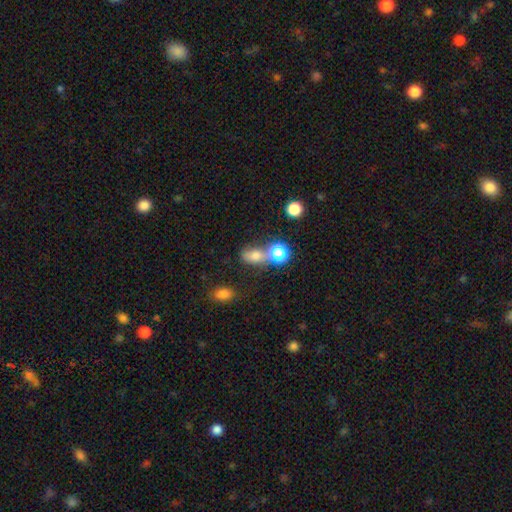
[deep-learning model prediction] smooth_or_featured: smooth (p=0.66) [alt: star or artifact p=0.22]
how_rounded: in between (p=0.62) [alt: round p=0.32]
merging: none (p=0.46) [alt: merger p=0.32]